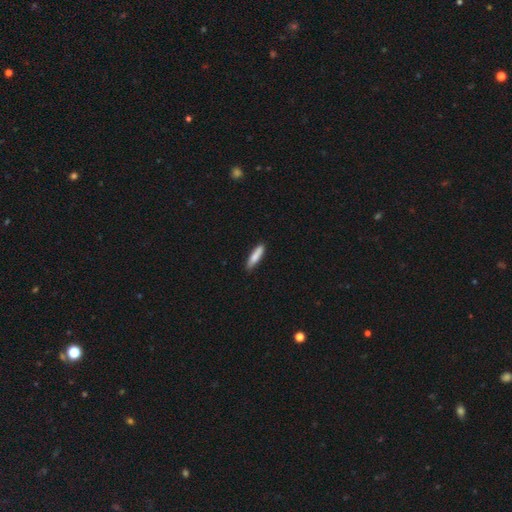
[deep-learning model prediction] Smooth or featured? smooth (82%)
How rounded? cigar-shaped (79%)
Merging? none (84%)